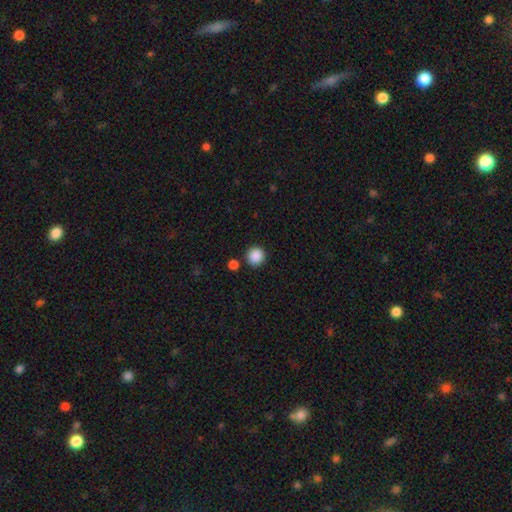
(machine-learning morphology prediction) Overall: smooth (88%). How rounded: round (94%). Merging: none (87%).